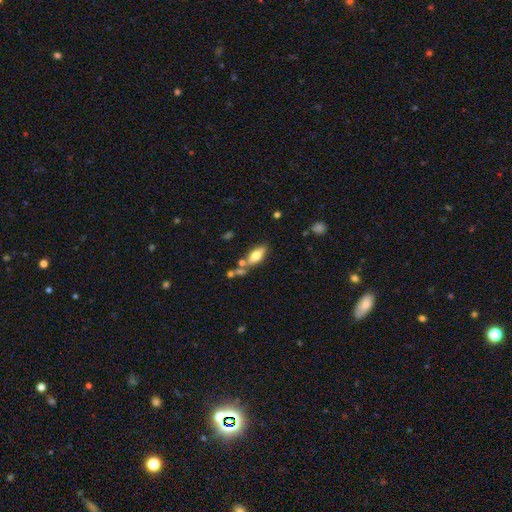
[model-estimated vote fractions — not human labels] Smooth or featured? smooth (65%)
How rounded? in between (76%)
Merging? none (61%)